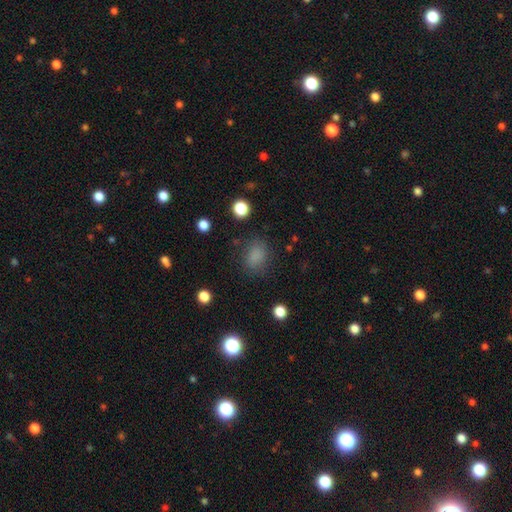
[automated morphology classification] smooth_or_featured: smooth (p=0.80) [alt: star or artifact p=0.14]
how_rounded: in between (p=0.60) [alt: round p=0.39]
merging: none (p=0.77) [alt: minor disturbance p=0.15]